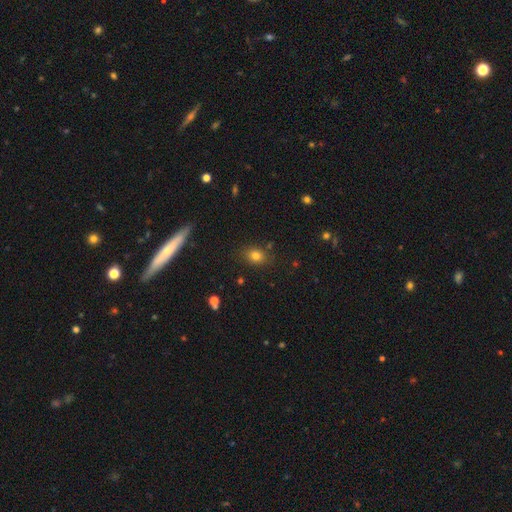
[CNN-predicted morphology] Smooth or featured? smooth (79%)
How rounded? in between (57%)
Merging? none (82%)